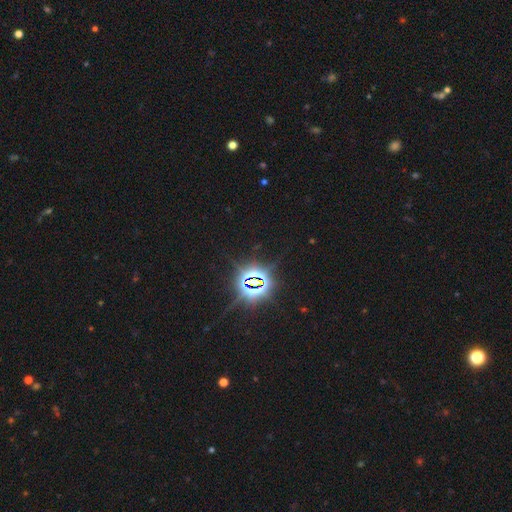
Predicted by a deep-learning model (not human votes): Smooth or featured?
  - star or artifact: 84% *
  - smooth: 10%
  - featured or disk: 6%